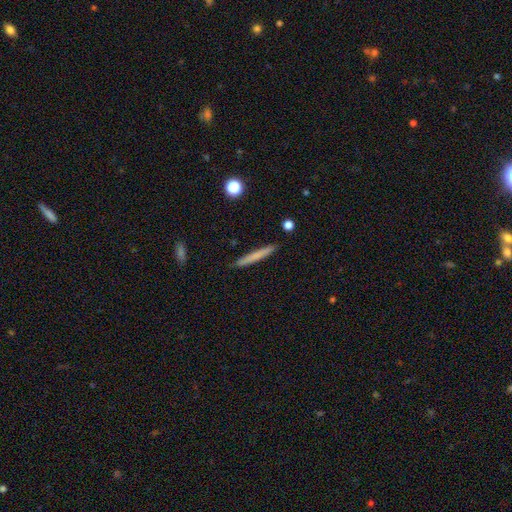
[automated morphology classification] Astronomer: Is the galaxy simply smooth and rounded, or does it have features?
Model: smooth — 67%.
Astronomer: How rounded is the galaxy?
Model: cigar-shaped — 96%.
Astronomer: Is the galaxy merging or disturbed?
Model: none — 90%.